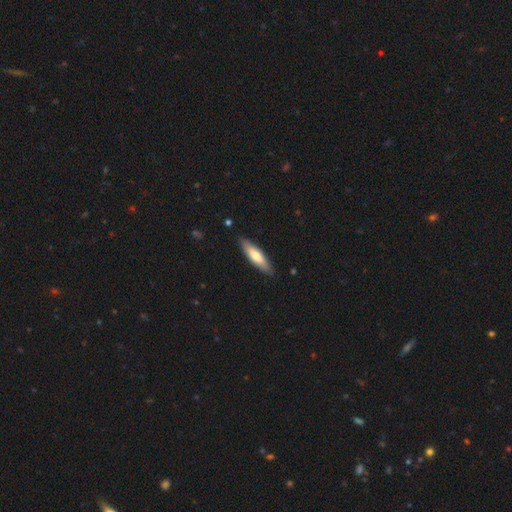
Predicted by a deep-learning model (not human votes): Smooth or featured?
  - smooth: 69% *
  - featured or disk: 26%
  - star or artifact: 5%
How rounded?
  - cigar-shaped: 65% *
  - in between: 34%
  - round: 1%
Merging?
  - none: 87% *
  - minor disturbance: 10%
  - major disturbance: 2%
  - merger: 1%